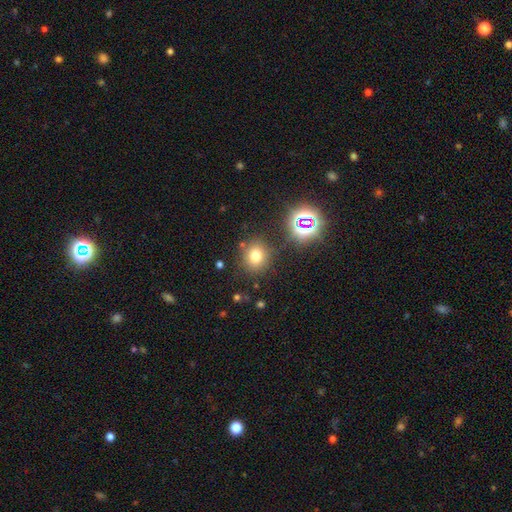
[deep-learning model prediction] smooth 70%, star or artifact 21%, featured or disk 9%. Down the decision tree: how rounded — round (78%); merging — none (81%).